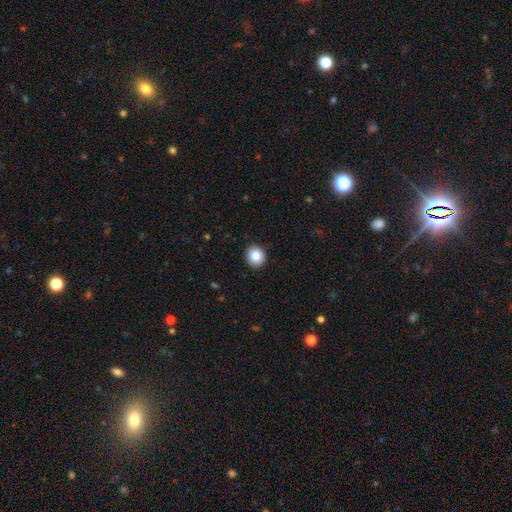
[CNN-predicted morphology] A smooth galaxy with no disk features (86%) that is round (80%).

Vote fractions:
- Smooth or featured? smooth: 86% / star or artifact: 9% / featured or disk: 5%
- How rounded? round: 80% / in between: 19% / cigar-shaped: 1%
- Merging? none: 91% / minor disturbance: 7% / major disturbance: 2% / merger: 1%